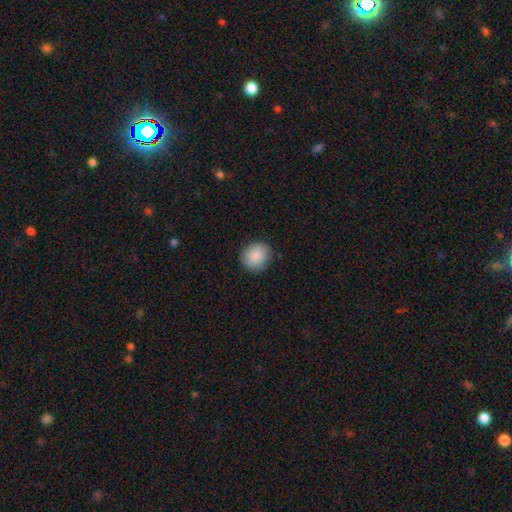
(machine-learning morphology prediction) smooth_or_featured: smooth (p=0.89) [alt: star or artifact p=0.07]
how_rounded: round (p=0.83) [alt: in between p=0.16]
merging: none (p=0.89) [alt: minor disturbance p=0.08]